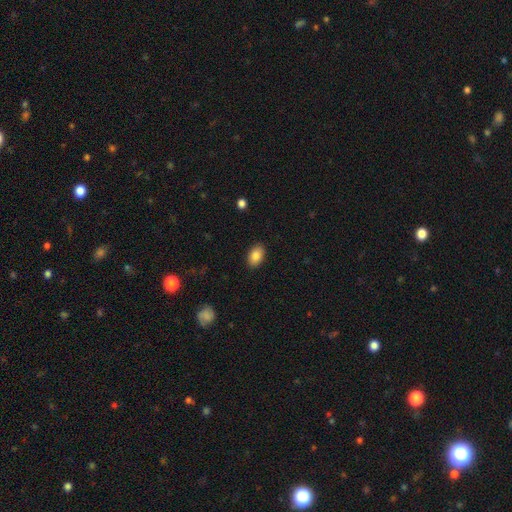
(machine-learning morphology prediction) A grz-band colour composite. It shows a smooth galaxy with no disk features (86%) that is in between round and cigar-shaped (90%). Merging: none (89%).